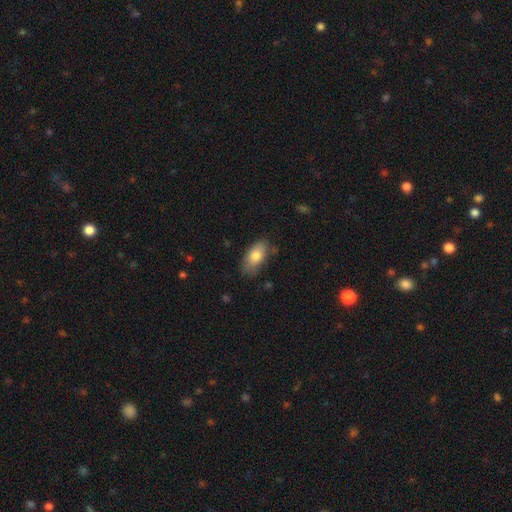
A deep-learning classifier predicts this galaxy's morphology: Smooth or featured: smooth — 78% (featured or disk — 15%)
How rounded: in between — 91% (cigar-shaped — 5%)
Merging: none — 76% (minor disturbance — 18%)